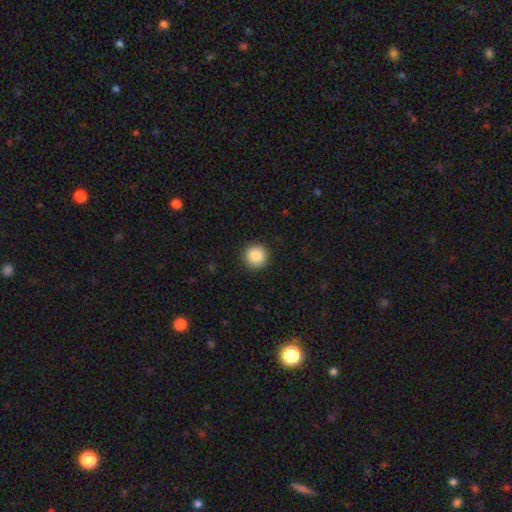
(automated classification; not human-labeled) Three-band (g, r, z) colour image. It shows a smooth galaxy with no disk features (88%) that is round (95%). Merging: none (92%).